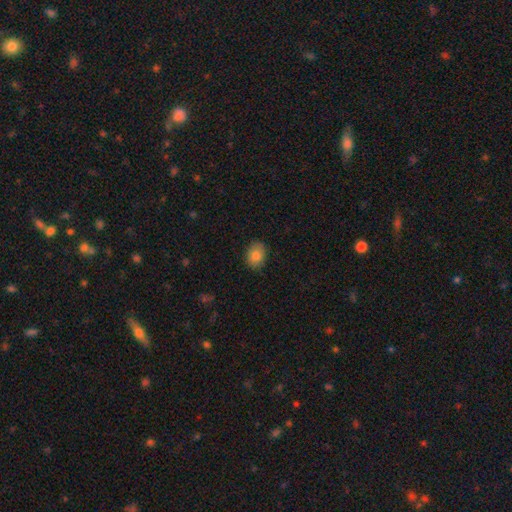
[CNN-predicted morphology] Smooth or featured: smooth — 83% (featured or disk — 9%)
How rounded: in between — 66% (round — 33%)
Merging: none — 86% (minor disturbance — 11%)